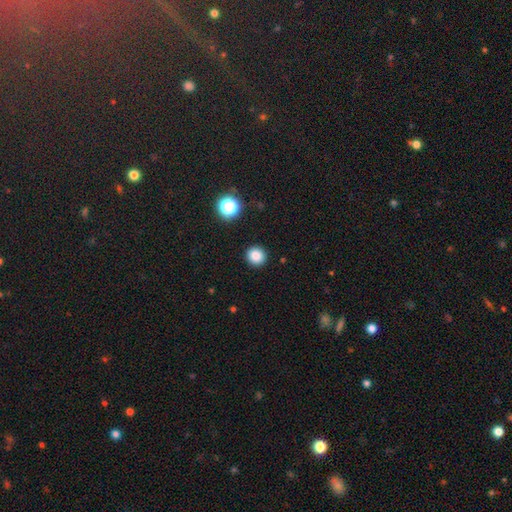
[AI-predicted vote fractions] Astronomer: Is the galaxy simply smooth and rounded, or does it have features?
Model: smooth — 84%.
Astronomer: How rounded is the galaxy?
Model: round — 90%.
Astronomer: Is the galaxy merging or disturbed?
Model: none — 92%.